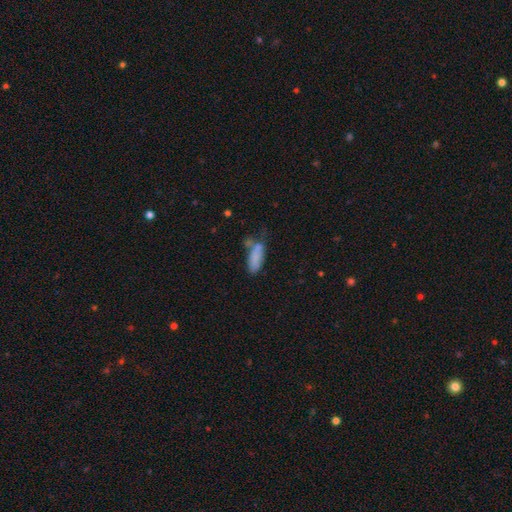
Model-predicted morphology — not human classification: A smooth galaxy with no disk features (78%) that is in between round and cigar-shaped (67%).

Vote fractions:
- Smooth or featured? smooth: 78% / featured or disk: 13% / star or artifact: 9%
- How rounded? in between: 67% / cigar-shaped: 31% / round: 2%
- Merging? none: 38% / minor disturbance: 25% / merger: 22% / major disturbance: 15%